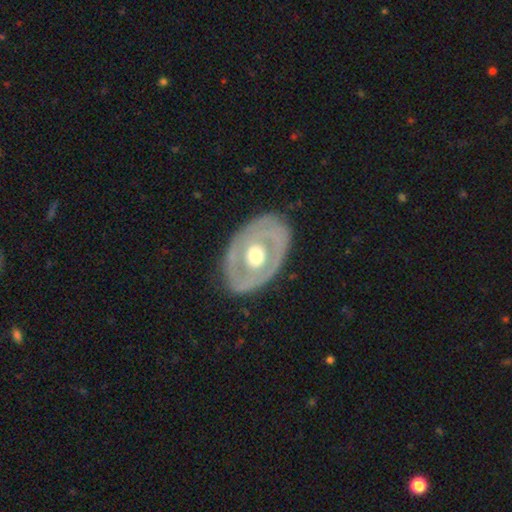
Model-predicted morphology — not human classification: Overall: featured or disk (69%). Edge-on disk: no (92%). Bar: no (84%). Spiral arms: no (72%). Bulge size: moderate (71%). Merging: none (78%).